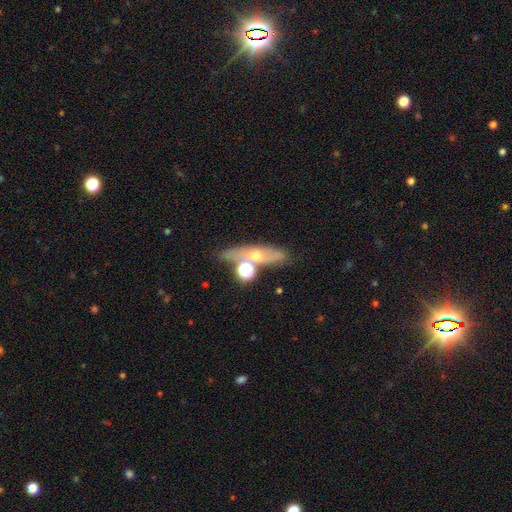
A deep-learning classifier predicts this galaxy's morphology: Smooth or featured? featured or disk (47%)
Merging? none (60%)